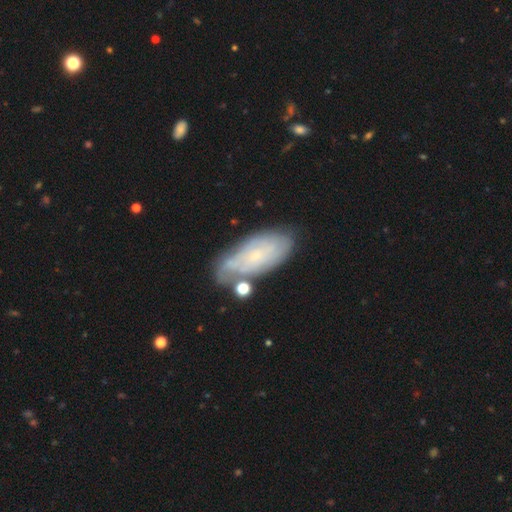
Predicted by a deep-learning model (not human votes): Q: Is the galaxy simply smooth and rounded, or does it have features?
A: featured or disk — 49%.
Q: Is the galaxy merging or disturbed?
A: none — 59%.